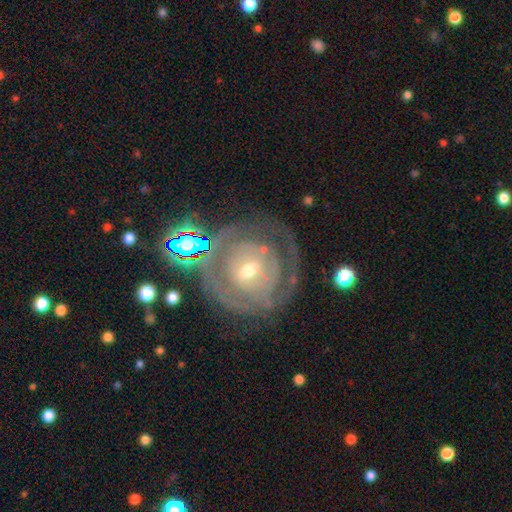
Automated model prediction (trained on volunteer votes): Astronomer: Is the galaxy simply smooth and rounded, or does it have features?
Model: featured or disk — 77%.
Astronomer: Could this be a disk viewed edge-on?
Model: no — 96%.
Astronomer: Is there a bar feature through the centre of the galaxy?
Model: no — 52% (runner-up: weak, 34%).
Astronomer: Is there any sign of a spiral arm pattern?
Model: yes — 75%.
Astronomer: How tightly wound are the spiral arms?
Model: tight — 75%.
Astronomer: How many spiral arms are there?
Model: can't tell — 51%.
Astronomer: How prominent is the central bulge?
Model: small — 56% (runner-up: moderate, 39%).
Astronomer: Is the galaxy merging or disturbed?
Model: none — 68%.